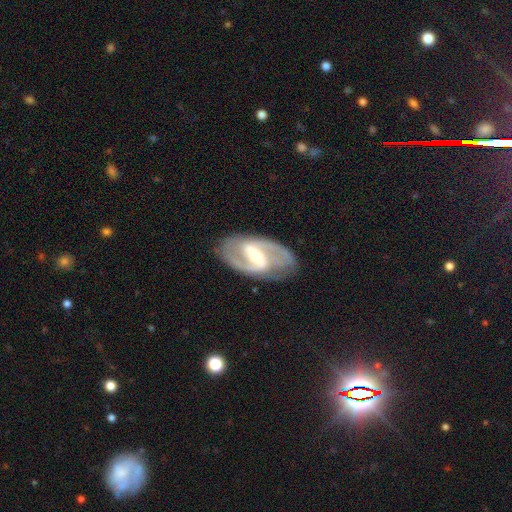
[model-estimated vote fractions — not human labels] A featured or disk galaxy (85%) with a strong bar (59%), 2 (89%) medium (51%) spiral arms (90%) and a moderate central bulge (56%). Merging: none (83%).